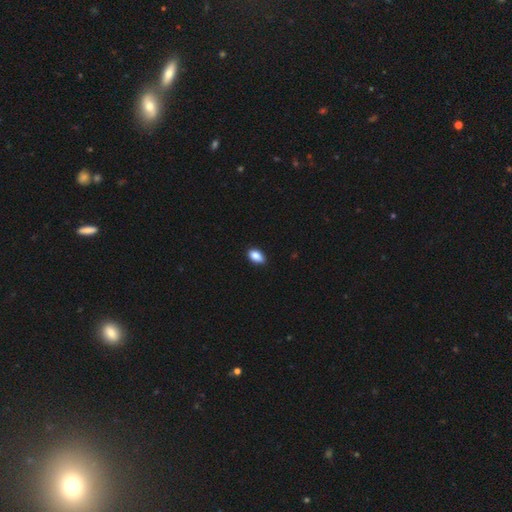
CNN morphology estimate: smooth-or-featured: smooth: 87% | star or artifact: 8% | featured or disk: 5%
  how-rounded: in between: 91% | round: 7% | cigar-shaped: 3%
  merging: none: 82% | minor disturbance: 15% | major disturbance: 2% | merger: 1%